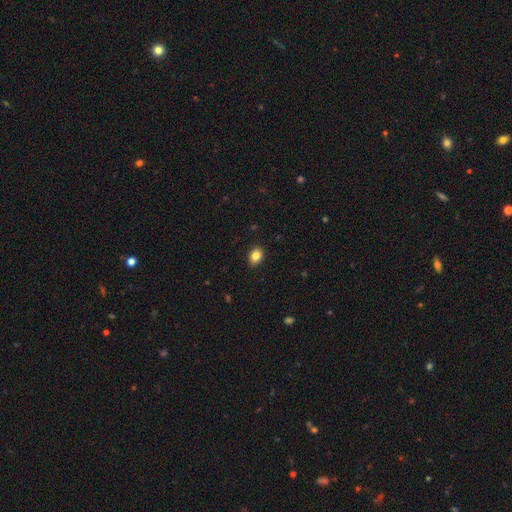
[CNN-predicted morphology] type=smooth (84%); roundness=in between (66%); merging=none (90%).